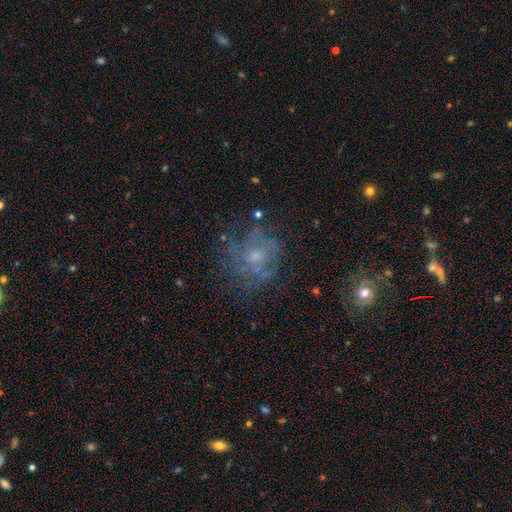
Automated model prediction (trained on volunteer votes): featured or disk 60%, smooth 24%, star or artifact 17%. Down the decision tree: edge-on disk — no (97%); bar — no (80%); spiral arms — yes (59%); bulge size — small (48%); merging — none (61%).